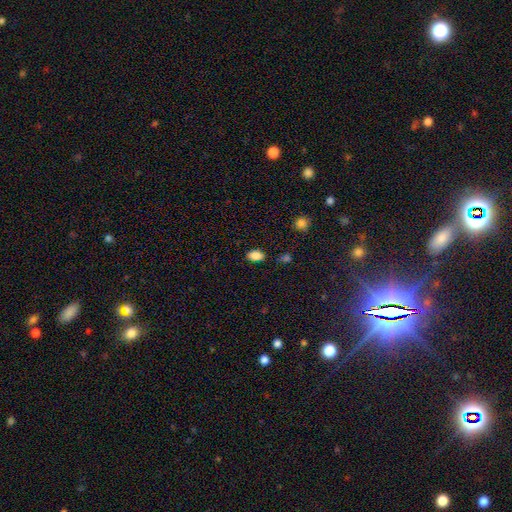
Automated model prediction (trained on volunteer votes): This appears to be a smooth galaxy with no disk features (86%) that is in between round and cigar-shaped (86%). Merging: none (82%).